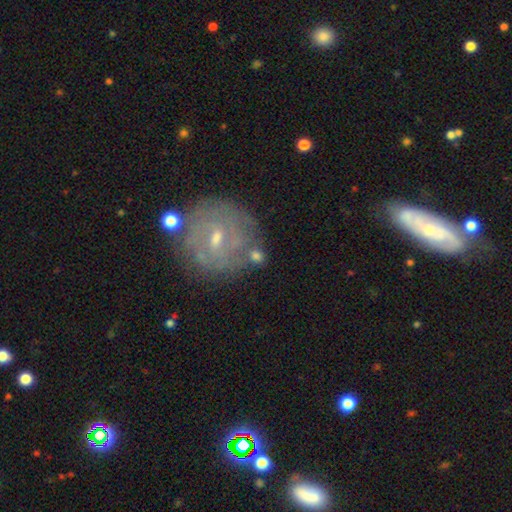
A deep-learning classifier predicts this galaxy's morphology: smooth_or_featured: smooth (p=0.52) [alt: featured or disk p=0.34]
how_rounded: round (p=0.67) [alt: in between p=0.31]
merging: none (p=0.65) [alt: minor disturbance p=0.15]